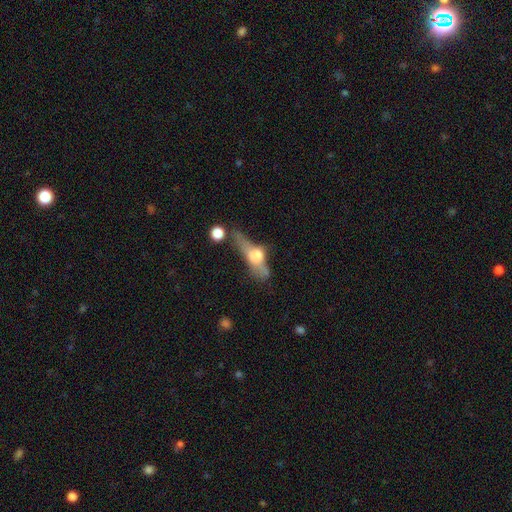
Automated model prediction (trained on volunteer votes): Smooth or featured? Predicted: featured or disk (p=0.48). Merging? Predicted: major disturbance (p=0.34).